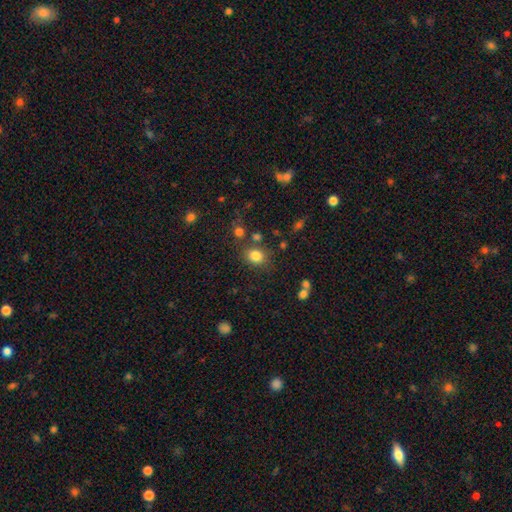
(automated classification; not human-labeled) smooth_or_featured: smooth (p=0.81) [alt: star or artifact p=0.13]
how_rounded: round (p=0.67) [alt: in between p=0.32]
merging: none (p=0.74) [alt: minor disturbance p=0.13]